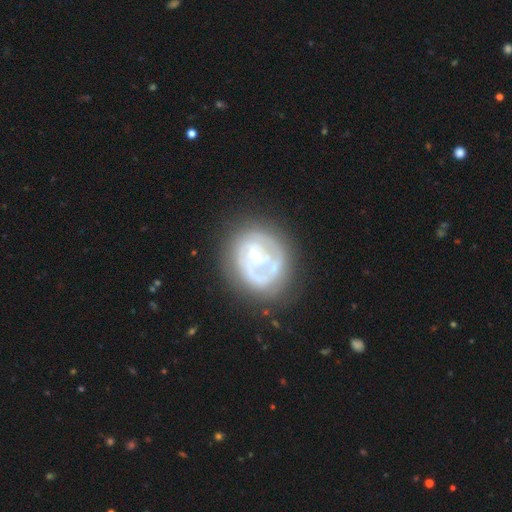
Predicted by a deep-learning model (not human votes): The model was most divided on "spiral arm count": can't tell: 34%, 2: 31%, 1: 20%, 3: 10%, 4: 3%, more than 4: 3%. More confident: edge-on disk — no (98%); smooth or featured — featured or disk (76%); spiral arms — yes (73%); bulge size — small (65%); merging — none (61%); spiral winding — tight (60%); bar — no (58%).